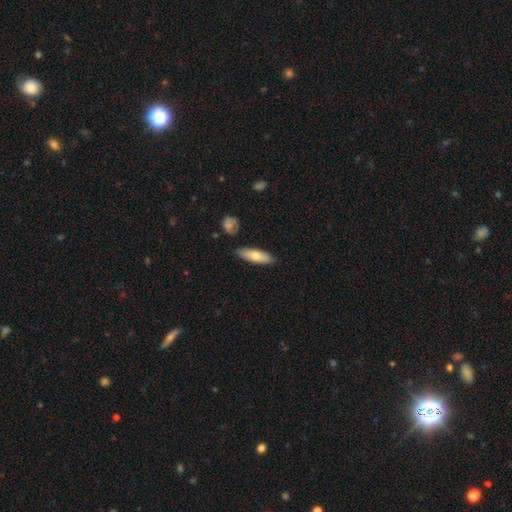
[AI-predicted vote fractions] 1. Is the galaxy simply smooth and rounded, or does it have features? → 72% smooth, 23% featured or disk, 6% star or artifact.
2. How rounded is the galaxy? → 58% in between, 40% cigar-shaped, 2% round.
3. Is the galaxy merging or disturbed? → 84% none, 11% minor disturbance, 3% merger, 2% major disturbance.